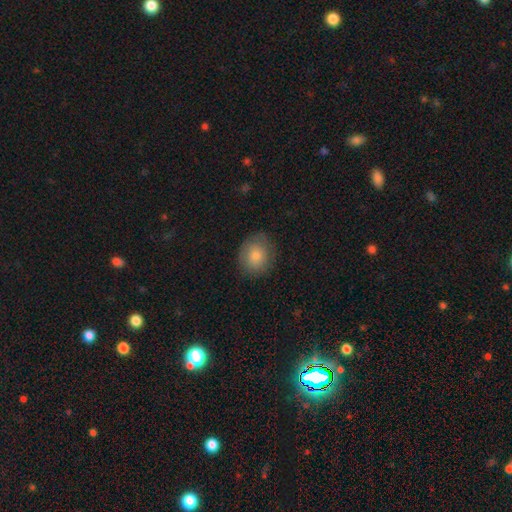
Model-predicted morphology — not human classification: Smooth or featured? smooth (77%)
How rounded? round (65%)
Merging? none (81%)